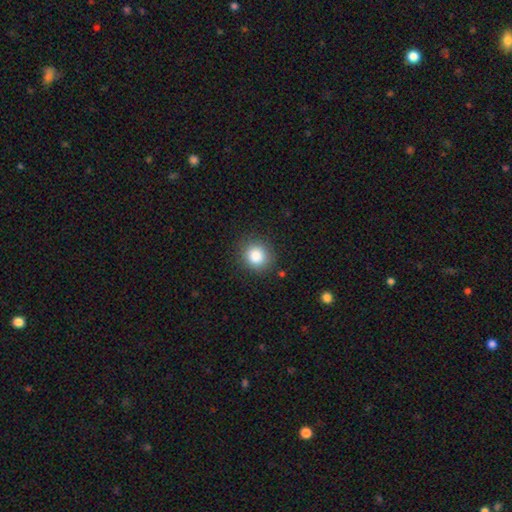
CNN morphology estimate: Smooth or featured: smooth — 85% (star or artifact — 10%)
How rounded: round — 84% (in between — 15%)
Merging: none — 86% (minor disturbance — 9%)